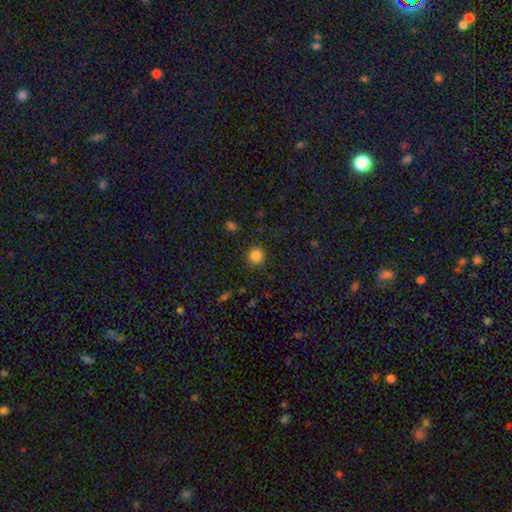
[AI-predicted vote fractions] This appears to be a smooth galaxy with no disk features (84%) that is round (88%). Merging: none (85%).